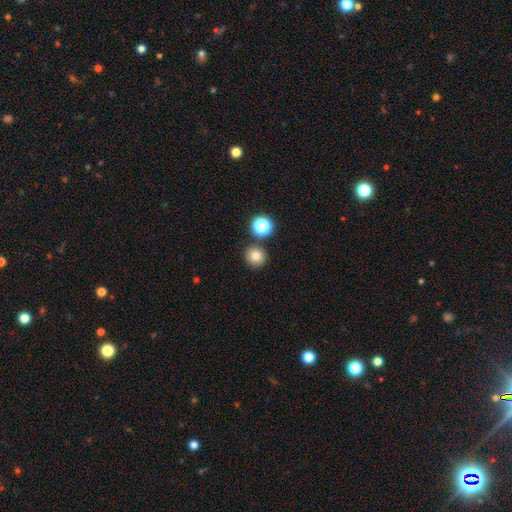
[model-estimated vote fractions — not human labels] smooth_or_featured: smooth (p=0.79) [alt: star or artifact p=0.15]
how_rounded: round (p=0.92) [alt: in between p=0.07]
merging: none (p=0.83) [alt: merger p=0.08]